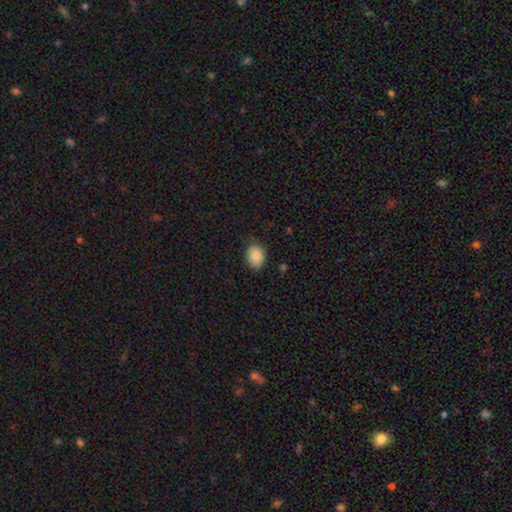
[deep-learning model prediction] smooth_or_featured: smooth (p=0.88) [alt: star or artifact p=0.08]
how_rounded: in between (p=0.67) [alt: round p=0.32]
merging: none (p=0.81) [alt: minor disturbance p=0.15]